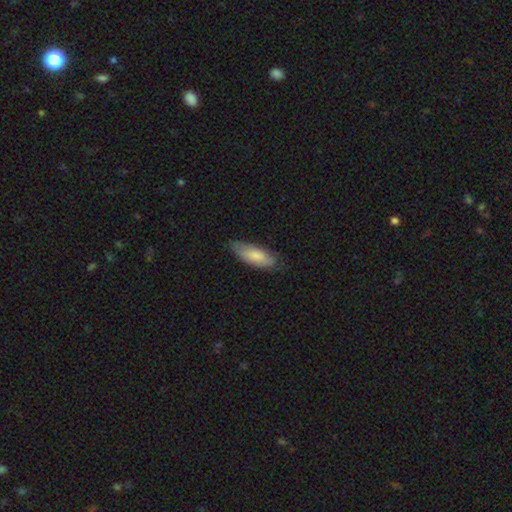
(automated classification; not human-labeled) A smooth galaxy with no disk features (78%) that is in between round and cigar-shaped (71%).

Vote fractions:
- Smooth or featured? smooth: 78% / featured or disk: 17% / star or artifact: 5%
- How rounded? in between: 71% / cigar-shaped: 27% / round: 2%
- Merging? none: 69% / minor disturbance: 25% / major disturbance: 5% / merger: 1%